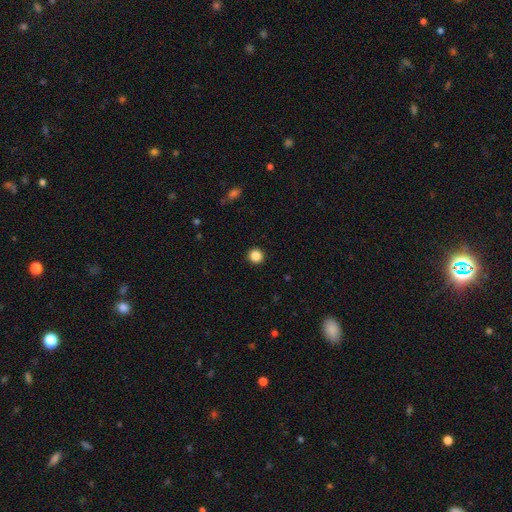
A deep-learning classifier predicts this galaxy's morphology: Overall: smooth (86%). How rounded: round (95%). Merging: none (93%).